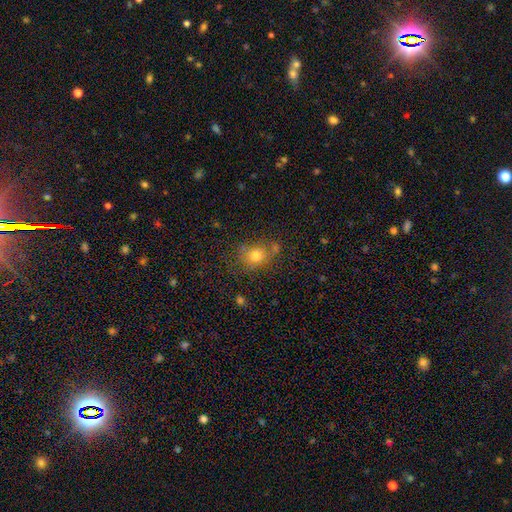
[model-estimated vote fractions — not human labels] The model was most divided on "how rounded": round: 63%, in between: 36%, cigar-shaped: 1%. More confident: smooth or featured — smooth (77%); merging — none (62%).